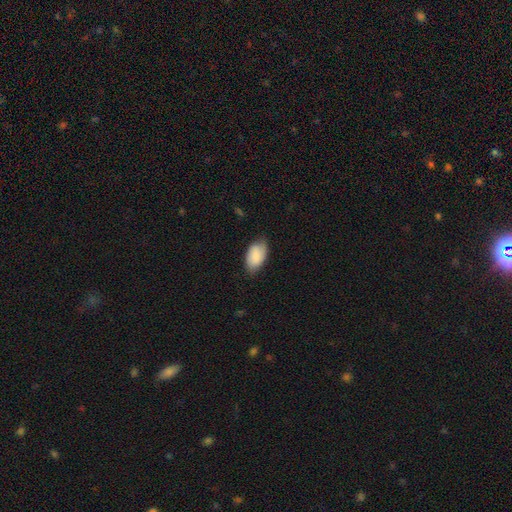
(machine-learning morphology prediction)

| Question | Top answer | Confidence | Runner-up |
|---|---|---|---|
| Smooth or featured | smooth | 83% | featured or disk (11%) |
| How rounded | in between | 94% | round (4%) |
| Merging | none | 68% | minor disturbance (27%) |